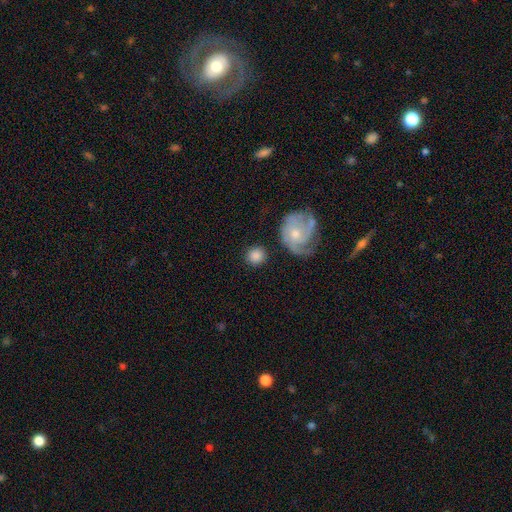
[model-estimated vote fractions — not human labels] A smooth galaxy with no disk features (78%) that is round (89%).

Vote fractions:
- Smooth or featured? smooth: 78% / featured or disk: 15% / star or artifact: 7%
- How rounded? round: 89% / in between: 10% / cigar-shaped: 1%
- Merging? none: 80% / minor disturbance: 10% / merger: 5% / major disturbance: 5%